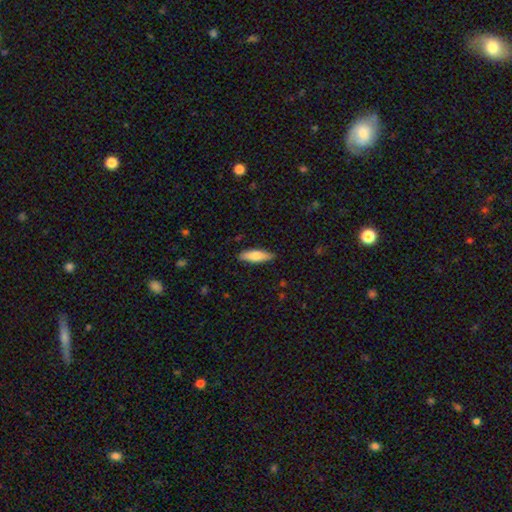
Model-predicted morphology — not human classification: A smooth galaxy with no disk features (74%) that is cigar-shaped (51%). Merging: none (87%).